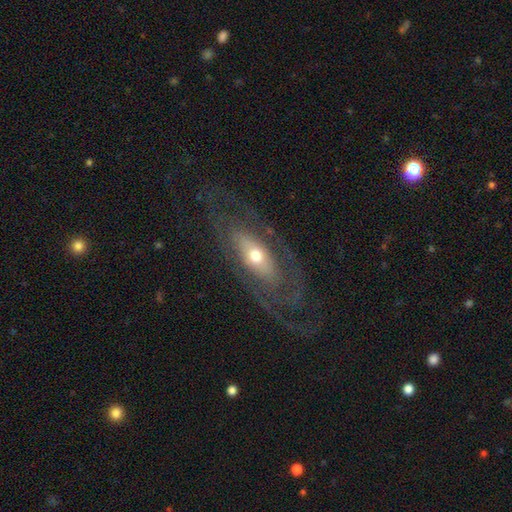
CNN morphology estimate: Smooth or featured?
  - featured or disk: 70% *
  - smooth: 23%
  - star or artifact: 6%
Edge-on disk?
  - no: 82% *
  - yes: 18%
Bar?
  - no: 73% *
  - weak: 18%
  - strong: 9%
Spiral arms?
  - yes: 66% *
  - no: 34%
Bulge size?
  - moderate: 66% *
  - small: 21%
  - large: 10%
  - dominant: 2%
  - none: 1%
Merging?
  - none: 68% *
  - minor disturbance: 15%
  - major disturbance: 15%
  - merger: 2%